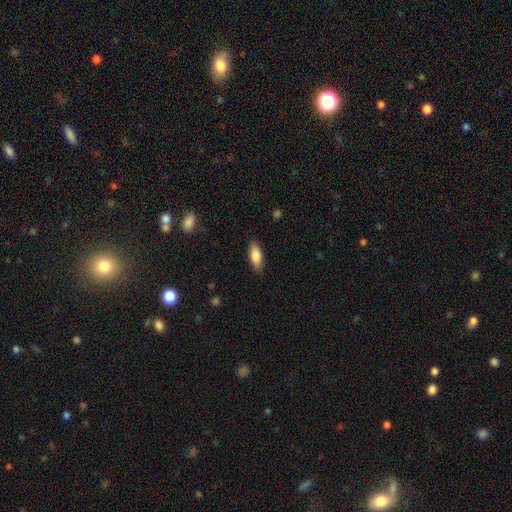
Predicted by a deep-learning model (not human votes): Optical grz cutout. It shows a smooth galaxy with no disk features (83%) that is in between round and cigar-shaped (75%). Merging: none (86%).